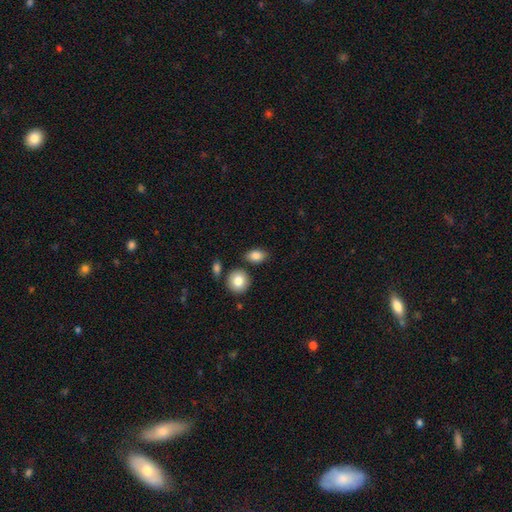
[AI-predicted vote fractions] Smooth or featured? smooth (86%)
How rounded? in between (77%)
Merging? none (78%)